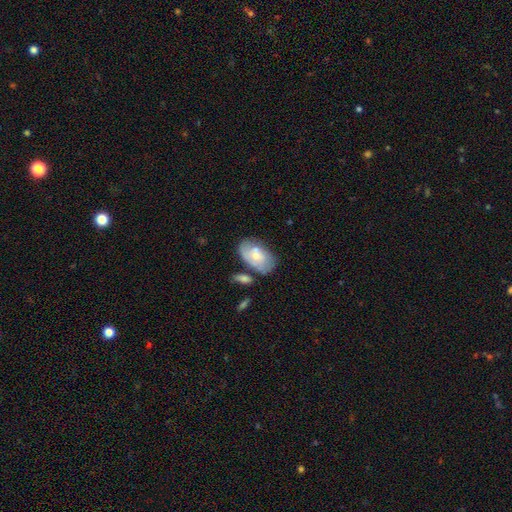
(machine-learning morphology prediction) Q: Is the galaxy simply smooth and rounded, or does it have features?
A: smooth — 55%.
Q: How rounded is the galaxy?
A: in between — 91%.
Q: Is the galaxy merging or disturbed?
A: none — 49%.